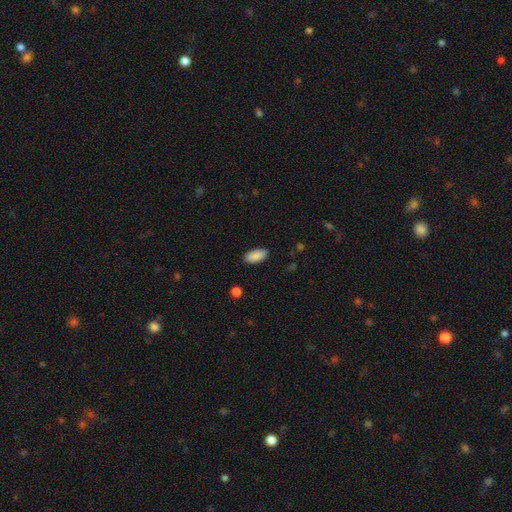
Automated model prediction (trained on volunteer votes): Smooth or featured: smooth — 89% (star or artifact — 7%)
How rounded: in between — 93% (cigar-shaped — 5%)
Merging: none — 87% (minor disturbance — 9%)